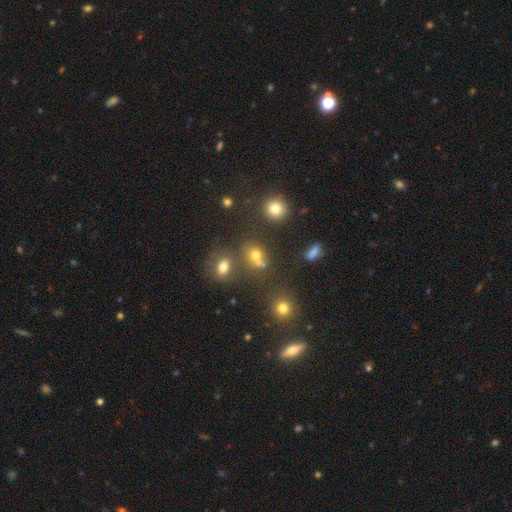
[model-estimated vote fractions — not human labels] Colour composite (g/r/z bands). It shows a smooth galaxy with no disk features (66%) that is round (63%). Merging: none (54%).